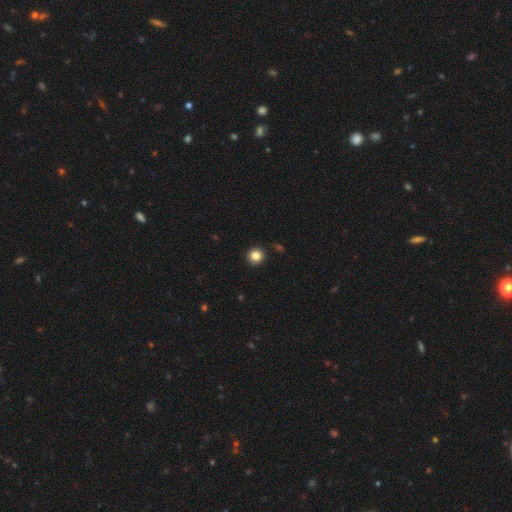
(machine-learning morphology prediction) Smooth or featured? smooth (83%)
How rounded? round (94%)
Merging? none (92%)